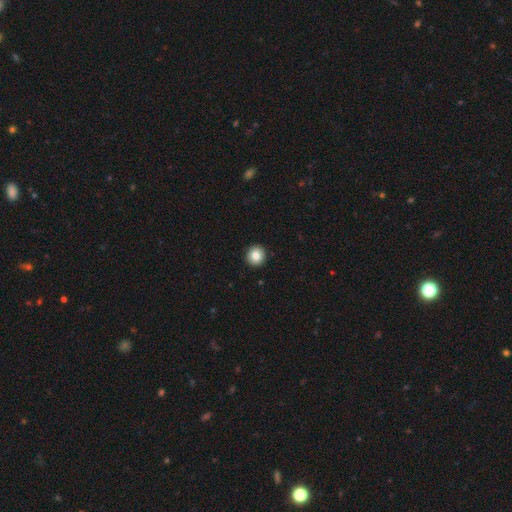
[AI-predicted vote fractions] smooth 84%, star or artifact 9%, featured or disk 7%. Down the decision tree: how rounded — round (93%); merging — none (93%).